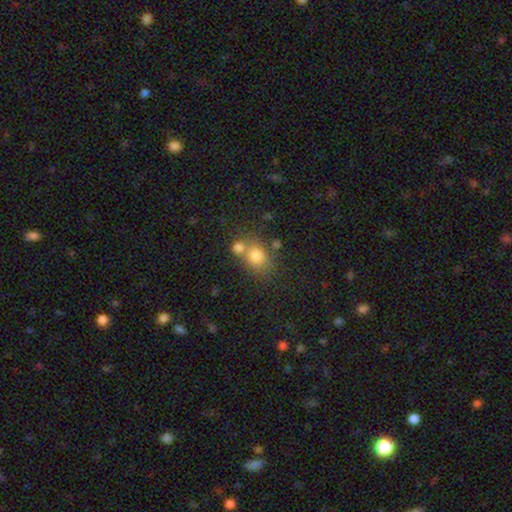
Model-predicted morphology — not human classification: Smooth or featured?
  - smooth: 78% *
  - star or artifact: 12%
  - featured or disk: 10%
How rounded?
  - round: 58% *
  - in between: 41%
  - cigar-shaped: 1%
Merging?
  - none: 48% *
  - merger: 36%
  - minor disturbance: 12%
  - major disturbance: 5%